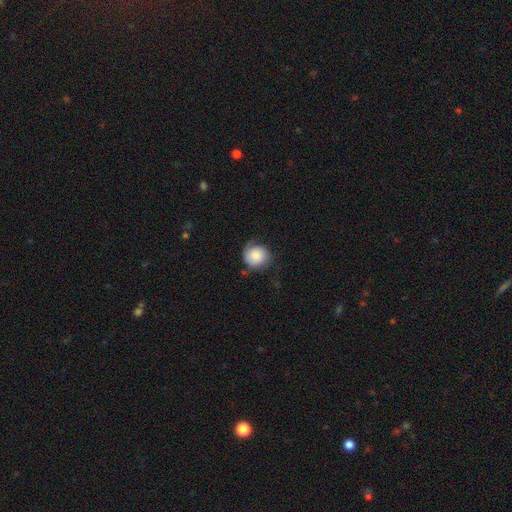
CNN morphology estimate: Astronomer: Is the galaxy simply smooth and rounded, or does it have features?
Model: smooth — 59%.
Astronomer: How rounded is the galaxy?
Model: round — 83%.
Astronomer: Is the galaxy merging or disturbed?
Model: none — 56%.